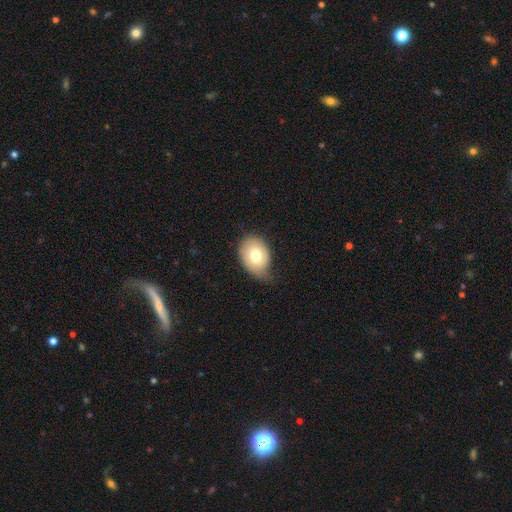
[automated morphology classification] This appears to be a smooth galaxy with no disk features (70%) that is in between round and cigar-shaped (66%). Merging: none (46%).